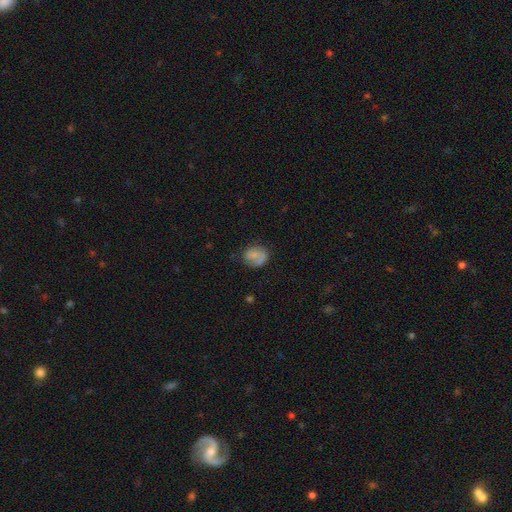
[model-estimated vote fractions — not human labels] smooth-or-featured: smooth: 70% | featured or disk: 20% | star or artifact: 9%
  how-rounded: round: 61% | in between: 38% | cigar-shaped: 1%
  merging: none: 61% | minor disturbance: 25% | major disturbance: 11% | merger: 4%